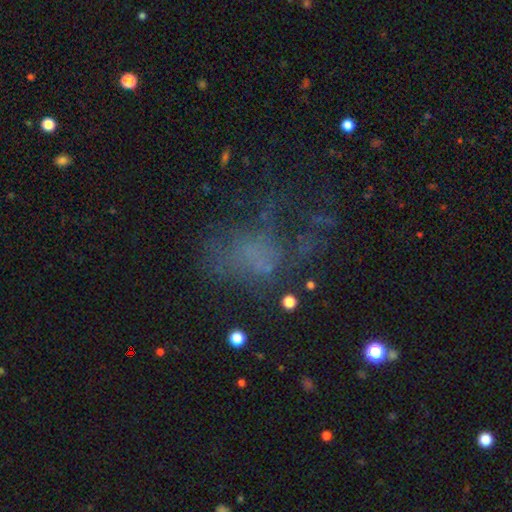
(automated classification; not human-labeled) Q: Smooth or featured?
A: smooth (37%); runner-up: featured or disk (35%)
Q: Merging?
A: major disturbance (40%); runner-up: none (37%)